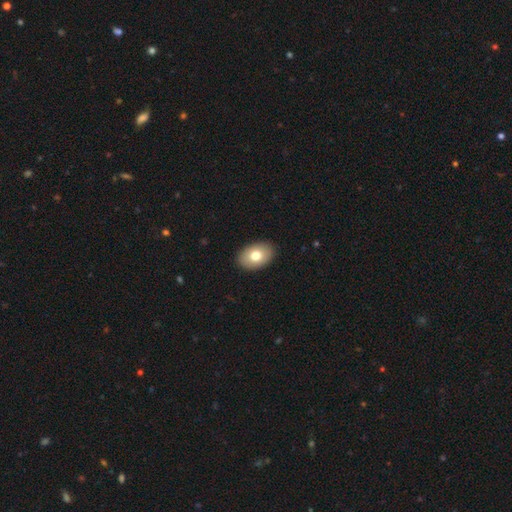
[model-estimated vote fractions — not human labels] The model was most divided on "smooth or featured": smooth: 77%, featured or disk: 16%, star or artifact: 7%. More confident: merging — none (90%); how rounded — in between (86%).